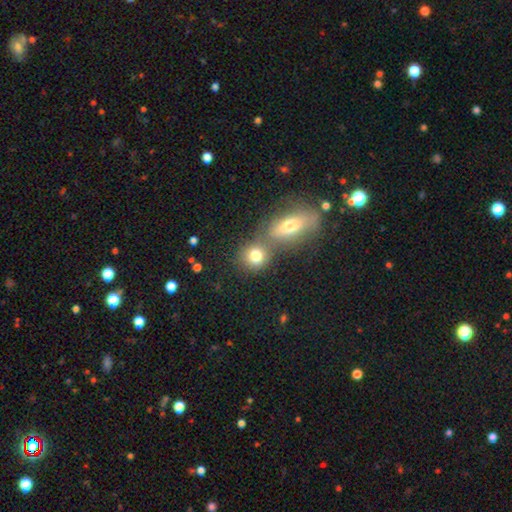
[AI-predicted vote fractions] The model was most divided on "merging": none: 45%, merger: 44%, minor disturbance: 7%, major disturbance: 4%. More confident: smooth or featured — smooth (78%); how rounded — round (76%).